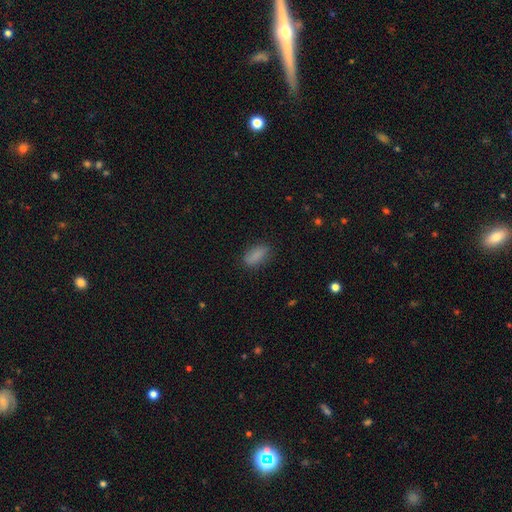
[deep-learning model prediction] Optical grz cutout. It shows a smooth galaxy with no disk features (86%) that is in between round and cigar-shaped (83%). Merging: none (81%).